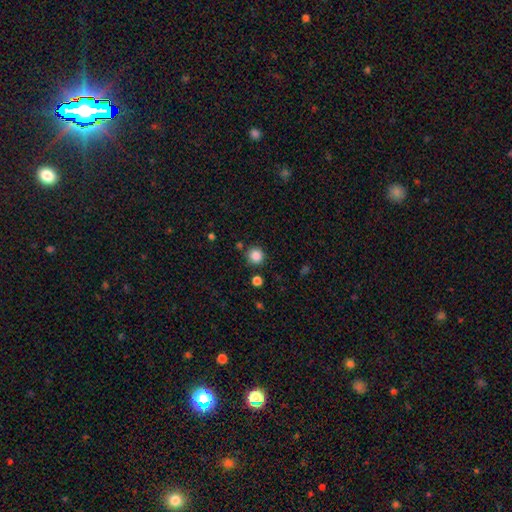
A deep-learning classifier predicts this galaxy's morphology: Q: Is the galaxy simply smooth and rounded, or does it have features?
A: smooth — 86%.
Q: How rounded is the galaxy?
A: round — 93%.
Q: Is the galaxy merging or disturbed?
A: none — 84%.